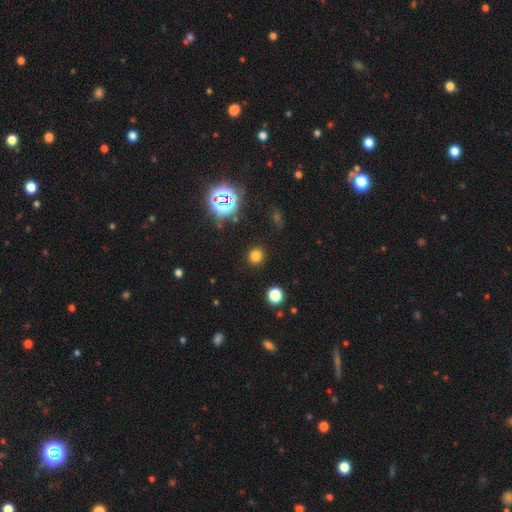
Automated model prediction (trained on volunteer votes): smooth_or_featured: smooth (p=0.75) [alt: star or artifact p=0.20]
how_rounded: round (p=0.84) [alt: in between p=0.15]
merging: none (p=0.89) [alt: minor disturbance p=0.06]